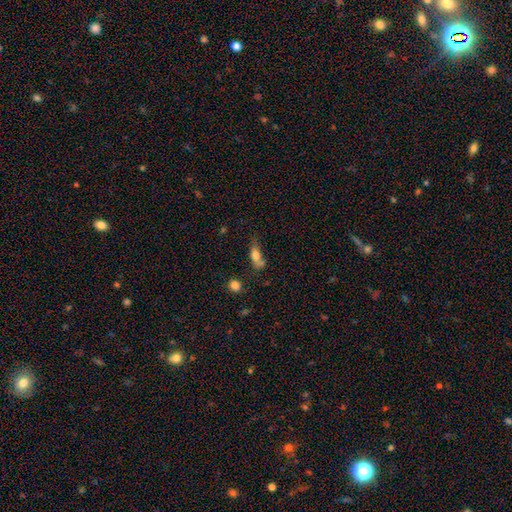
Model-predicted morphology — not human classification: A smooth galaxy with no disk features (70%) that is in between round and cigar-shaped (66%). Merging: none (41%).